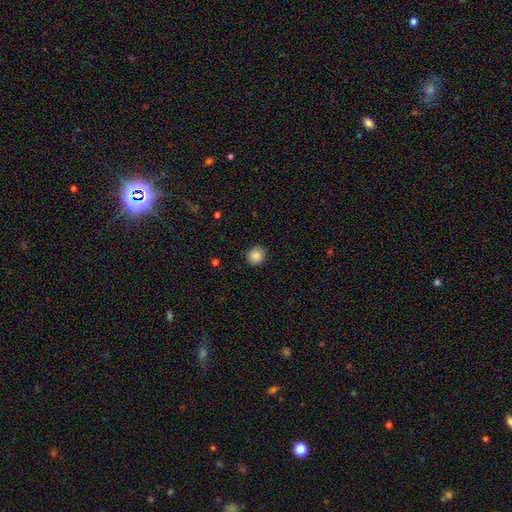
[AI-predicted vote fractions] smooth_or_featured: smooth (p=0.87) [alt: star or artifact p=0.09]
how_rounded: round (p=0.83) [alt: in between p=0.16]
merging: none (p=0.88) [alt: minor disturbance p=0.09]